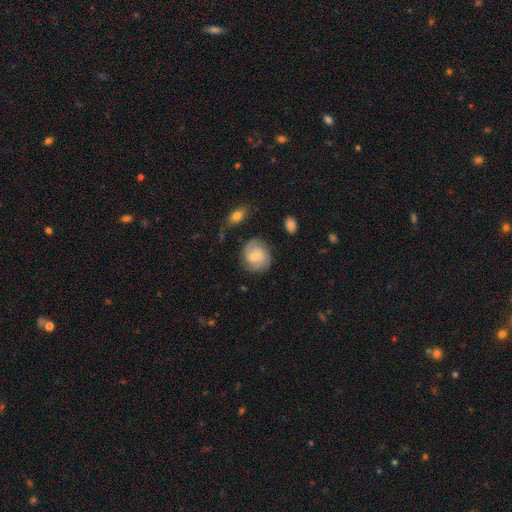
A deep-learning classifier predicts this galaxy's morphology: Smooth or featured? featured or disk (53%)
Edge-on disk? no (97%)
Bar? no (55%)
Spiral arms? yes (89%)
Bulge size? small (60%)
Merging? none (74%)